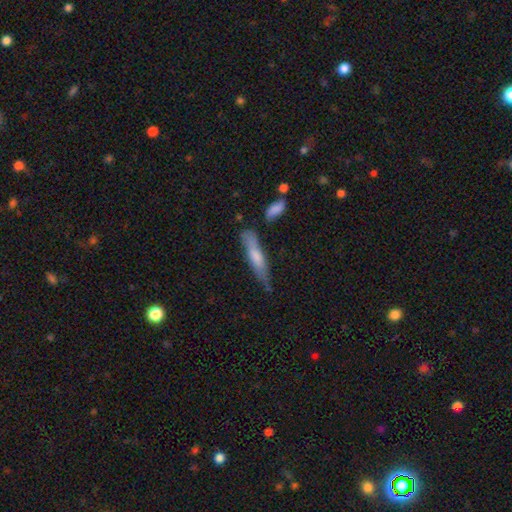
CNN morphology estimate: type=smooth (57%); roundness=cigar-shaped (85%); merging=none (64%).